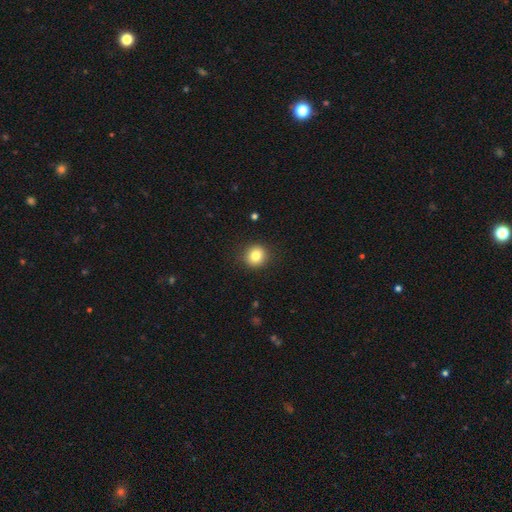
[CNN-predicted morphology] smooth-or-featured: smooth: 83% | star or artifact: 10% | featured or disk: 7%
  how-rounded: round: 89% | in between: 10% | cigar-shaped: 1%
  merging: none: 90% | minor disturbance: 7% | major disturbance: 2% | merger: 1%